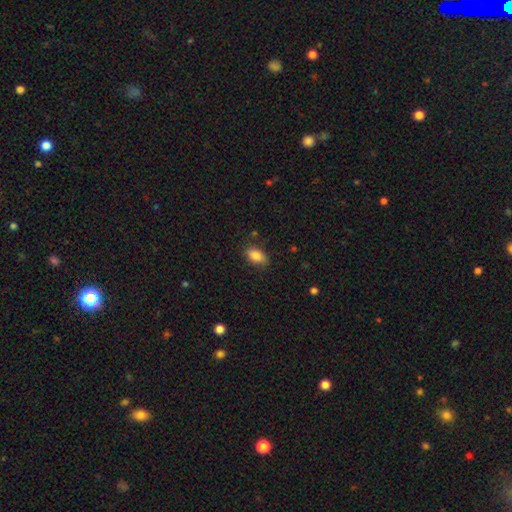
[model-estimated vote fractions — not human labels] Smooth or featured: smooth — 87% (star or artifact — 8%)
How rounded: in between — 90% (round — 6%)
Merging: none — 82% (minor disturbance — 13%)